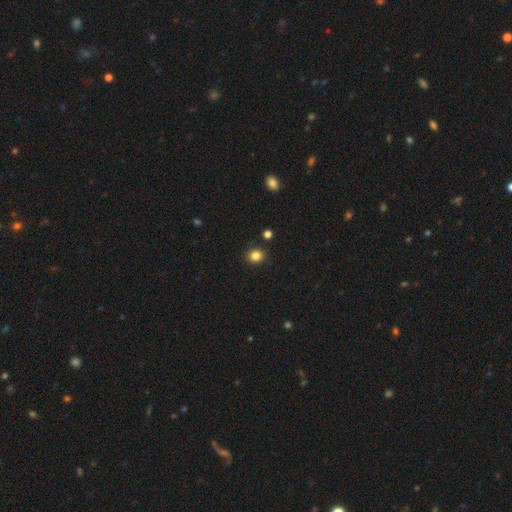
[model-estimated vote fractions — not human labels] This is clearly a smooth galaxy (84%). How rounded: likely round (73%). Merging: clearly none (88%).